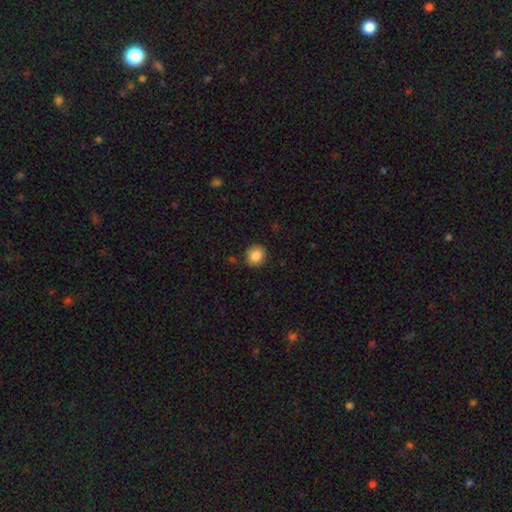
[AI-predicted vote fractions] This is clearly a smooth galaxy (85%). How rounded: likely round (79%). Merging: clearly none (86%).